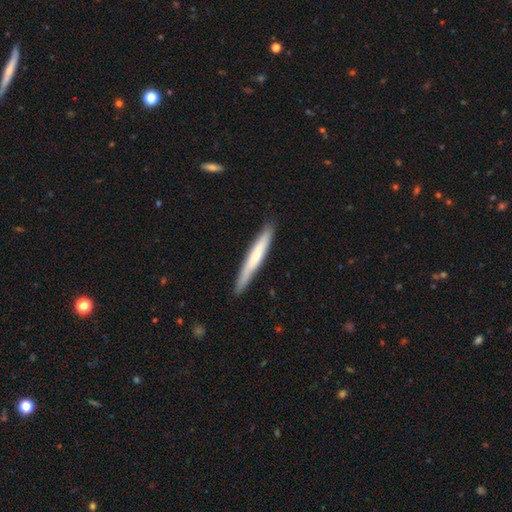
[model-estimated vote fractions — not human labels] Smooth or featured? Predicted: smooth (p=0.57). How rounded? Predicted: cigar-shaped (p=0.96). Merging? Predicted: none (p=0.85).